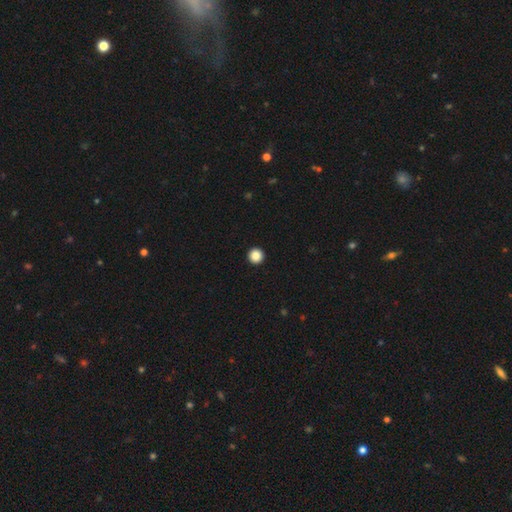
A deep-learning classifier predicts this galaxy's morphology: Smooth or featured? smooth (88%)
How rounded? round (97%)
Merging? none (95%)